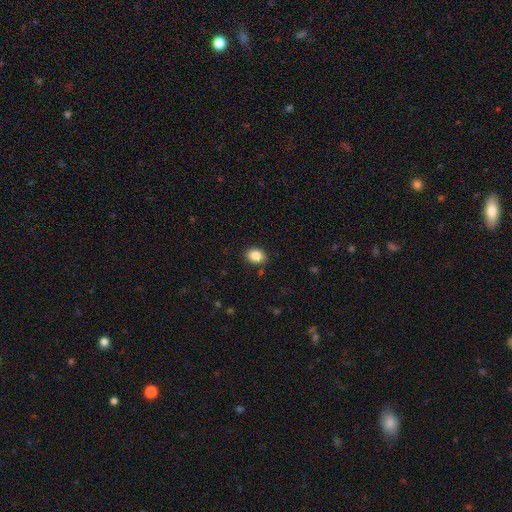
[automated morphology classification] Smooth or featured: smooth — 86% (star or artifact — 9%)
How rounded: in between — 61% (round — 38%)
Merging: none — 86% (minor disturbance — 10%)